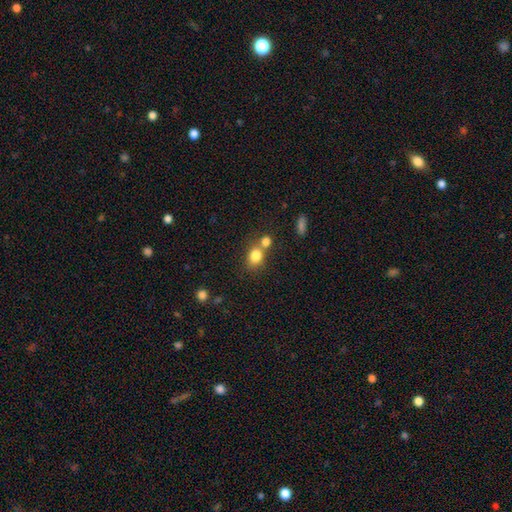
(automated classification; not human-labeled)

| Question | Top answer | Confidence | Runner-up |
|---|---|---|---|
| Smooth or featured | smooth | 81% | star or artifact (11%) |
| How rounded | round | 56% | in between (43%) |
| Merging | none | 46% | merger (40%) |